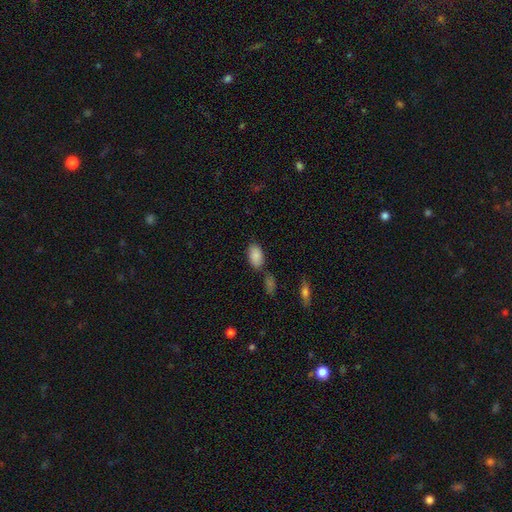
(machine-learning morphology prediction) Smooth or featured: smooth — 87% (star or artifact — 7%)
How rounded: in between — 93% (round — 4%)
Merging: none — 71% (minor disturbance — 14%)